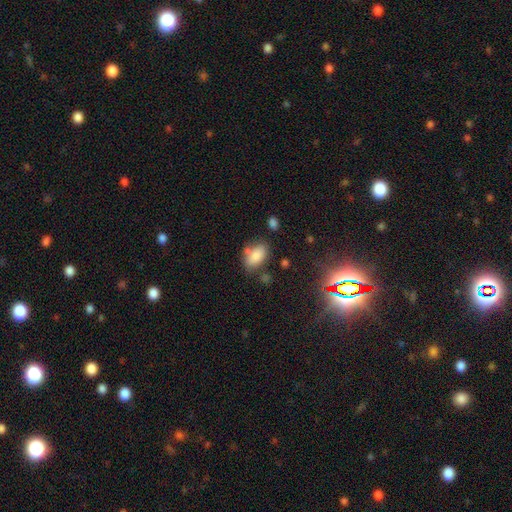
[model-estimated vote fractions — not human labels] Smooth or featured? Predicted: smooth (p=0.81). How rounded? Predicted: in between (p=0.89). Merging? Predicted: none (p=0.61).